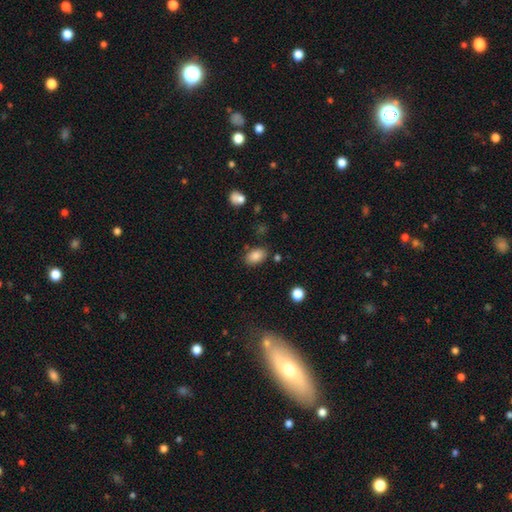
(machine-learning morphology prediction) type=smooth (85%); roundness=in between (88%); merging=none (80%).